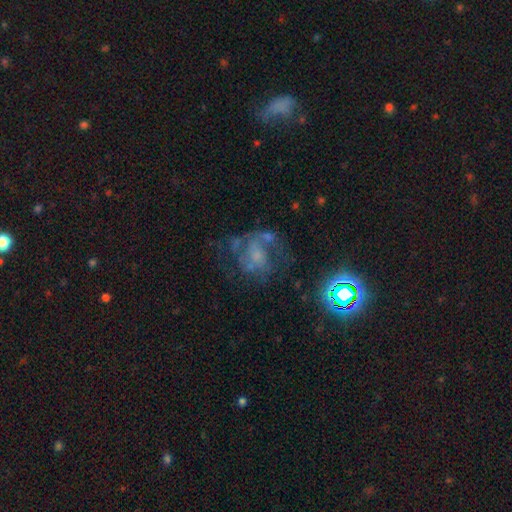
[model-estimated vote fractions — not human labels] smooth-or-featured: featured or disk: 58% | smooth: 21% | star or artifact: 21%
  disk-edge-on: no: 98% | yes: 2%
    bar: no: 74% | weak: 21% | strong: 5%
    has-spiral-arms: yes: 64% | no: 36%
    bulge-size: none: 39% | small: 27% | moderate: 25% | large: 7% | dominant: 2%
  merging: none: 43% | major disturbance: 31% | minor disturbance: 19% | merger: 7%